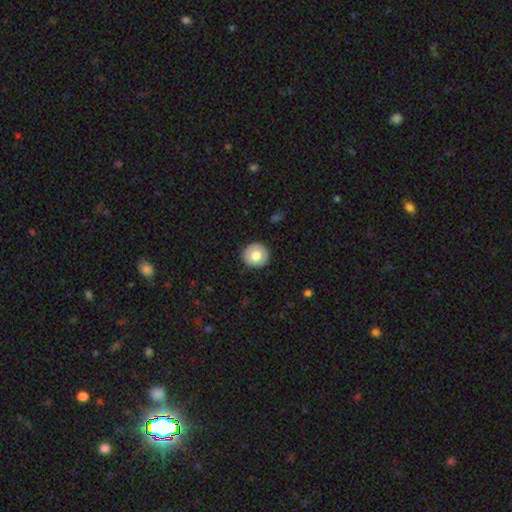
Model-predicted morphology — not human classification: smooth-or-featured: smooth: 75% | featured or disk: 18% | star or artifact: 7%
  how-rounded: round: 93% | in between: 6% | cigar-shaped: 1%
  merging: none: 91% | minor disturbance: 6% | major disturbance: 2% | merger: 1%